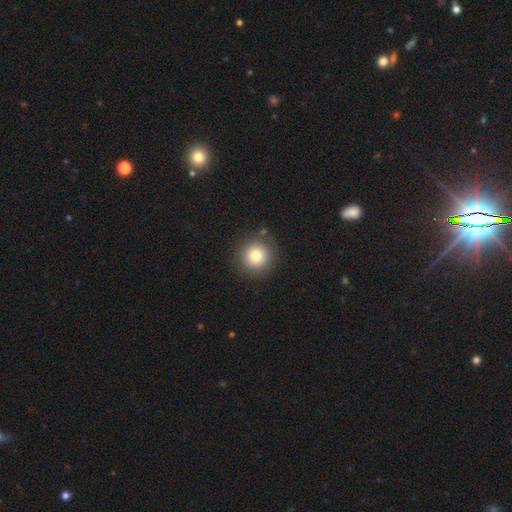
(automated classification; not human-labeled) smooth-or-featured: smooth: 80% | star or artifact: 11% | featured or disk: 9%
  how-rounded: round: 94% | in between: 5% | cigar-shaped: 1%
  merging: none: 86% | minor disturbance: 9% | major disturbance: 3% | merger: 2%